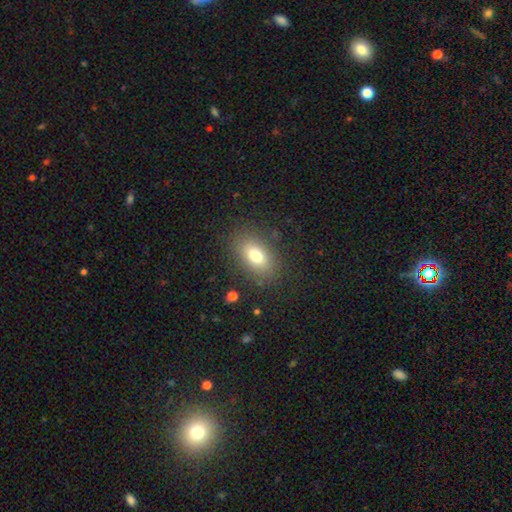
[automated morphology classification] smooth_or_featured: smooth (p=0.74) [alt: featured or disk p=0.15]
how_rounded: in between (p=0.84) [alt: round p=0.13]
merging: none (p=0.83) [alt: minor disturbance p=0.11]